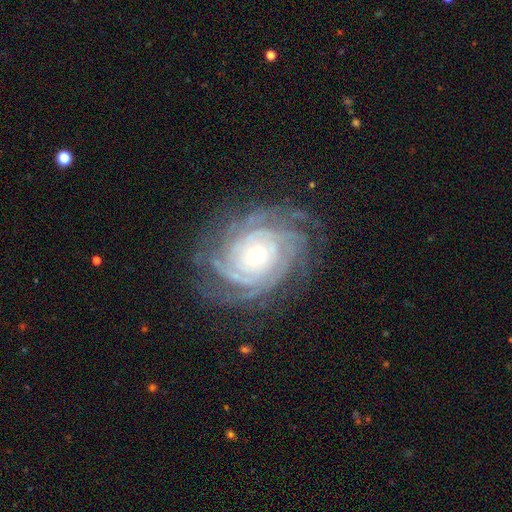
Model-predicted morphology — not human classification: This appears to be a featured or disk galaxy (90%) with no bar (78%), 4 (26%) tight (81%) spiral arms (98%) and a small central bulge (64%). Merging: none (77%).